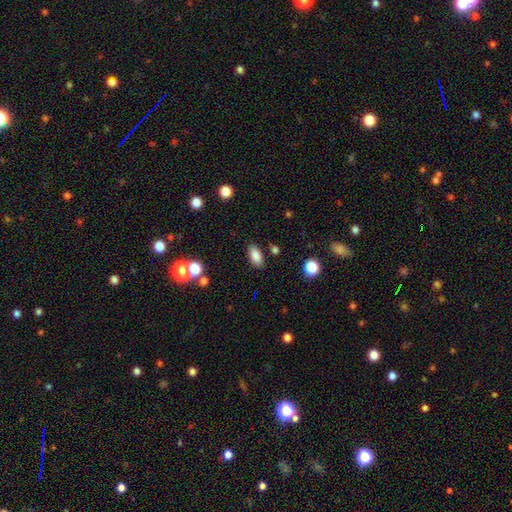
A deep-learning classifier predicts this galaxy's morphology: Overall: smooth (84%). How rounded: in between (89%). Merging: none (83%).